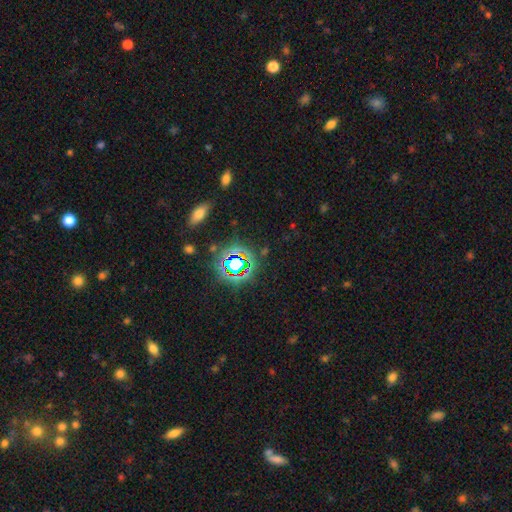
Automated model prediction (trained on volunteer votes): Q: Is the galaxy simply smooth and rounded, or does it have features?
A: star or artifact — 72%.